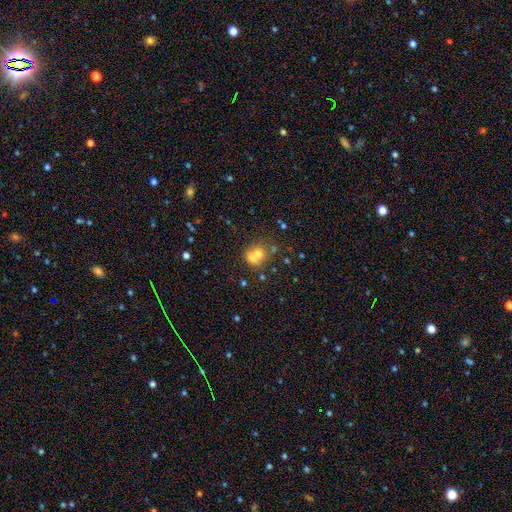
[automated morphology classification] This appears to be a smooth galaxy with no disk features (61%) that is round (70%). Merging: merger (58%).